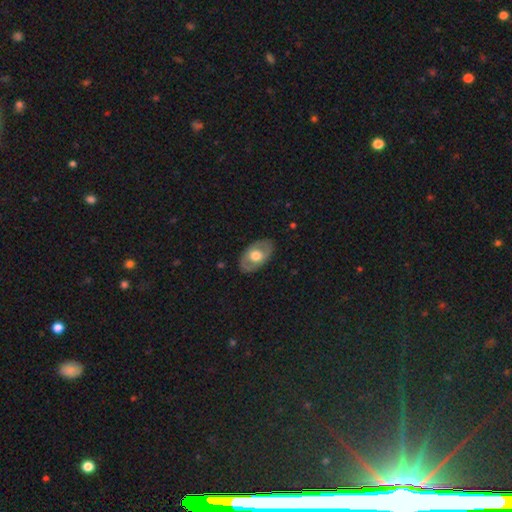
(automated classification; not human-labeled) Smooth or featured: featured or disk — 50% (smooth — 44%)
Edge-on disk: no — 88% (yes — 12%)
Merging: none — 83% (minor disturbance — 12%)